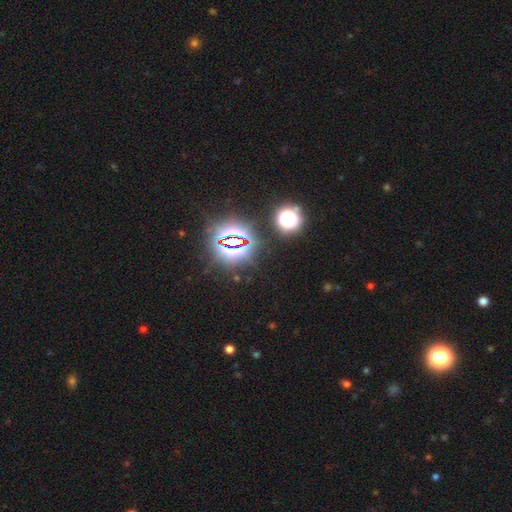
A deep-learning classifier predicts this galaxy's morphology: A star or artifact, not a galaxy (82%).

Vote fractions:
- Smooth or featured? star or artifact: 82% / smooth: 13% / featured or disk: 6%